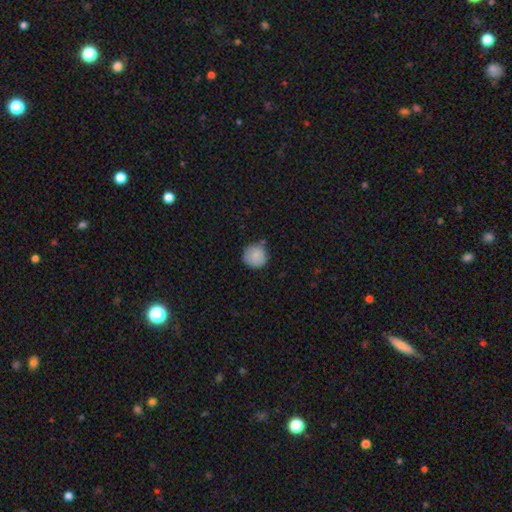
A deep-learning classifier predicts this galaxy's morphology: Smooth or featured? smooth (80%)
How rounded? round (94%)
Merging? none (79%)